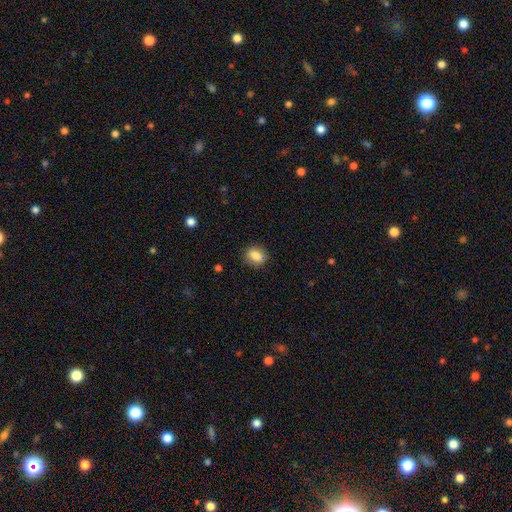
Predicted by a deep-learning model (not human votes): smooth-or-featured: smooth: 83% | star or artifact: 9% | featured or disk: 8%
  how-rounded: round: 50% | in between: 49% | cigar-shaped: 2%
  merging: none: 82% | minor disturbance: 13% | major disturbance: 3% | merger: 2%